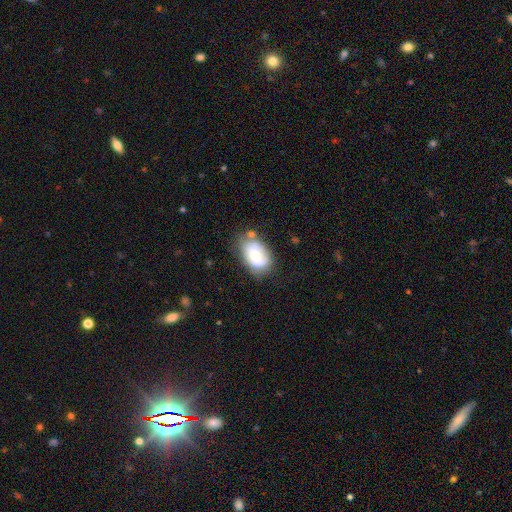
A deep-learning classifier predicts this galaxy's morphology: Smooth or featured: smooth — 64% (featured or disk — 28%)
How rounded: in between — 86% (round — 13%)
Merging: none — 57% (minor disturbance — 25%)